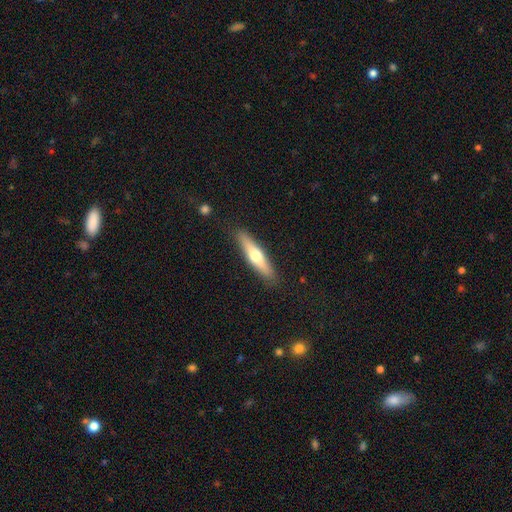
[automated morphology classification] Q: Smooth or featured?
A: smooth (52%); runner-up: featured or disk (42%)
Q: How rounded?
A: cigar-shaped (81%); runner-up: in between (18%)
Q: Merging?
A: none (88%); runner-up: minor disturbance (9%)